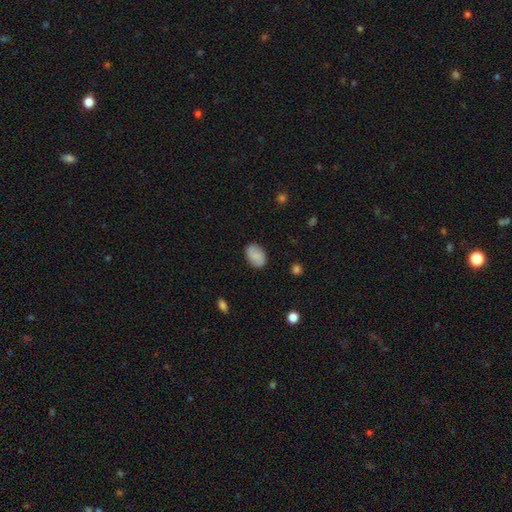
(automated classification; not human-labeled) Smooth or featured? Predicted: smooth (p=0.76). How rounded? Predicted: in between (p=0.80). Merging? Predicted: none (p=0.85).